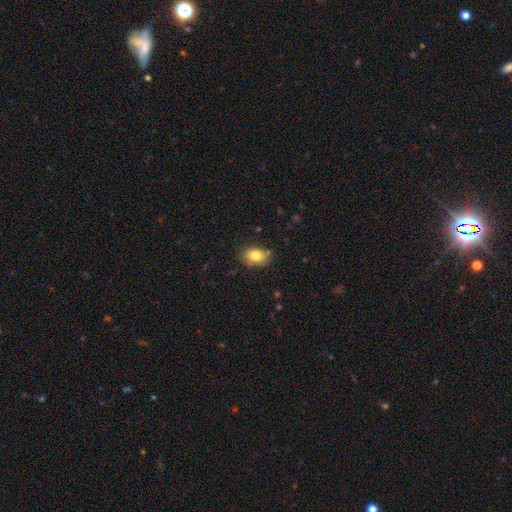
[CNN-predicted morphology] Smooth or featured? smooth (80%)
How rounded? in between (77%)
Merging? none (81%)